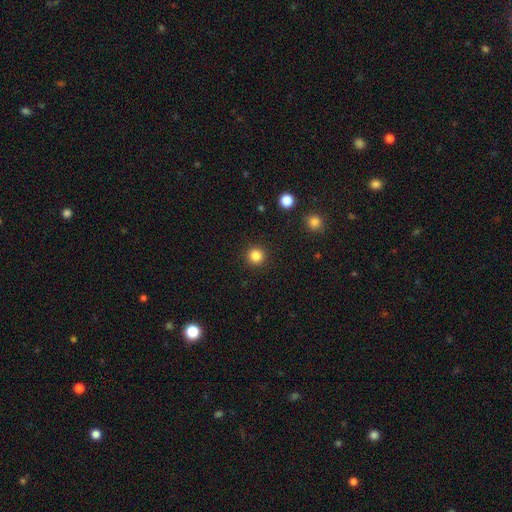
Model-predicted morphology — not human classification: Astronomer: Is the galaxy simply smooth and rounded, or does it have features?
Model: smooth — 84%.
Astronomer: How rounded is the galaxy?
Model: round — 95%.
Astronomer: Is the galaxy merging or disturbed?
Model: none — 92%.